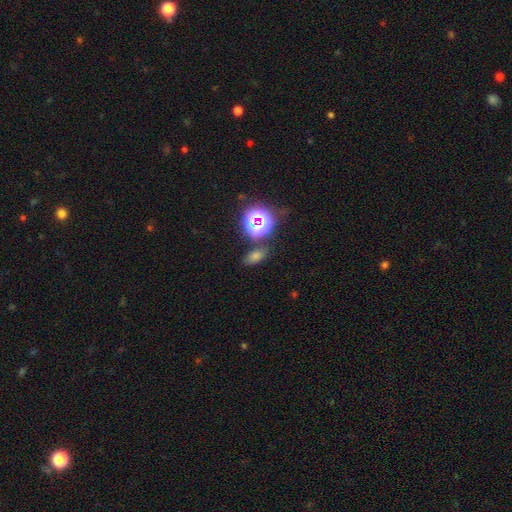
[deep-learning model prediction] A smooth galaxy with no disk features (49%). Merging: none (77%).